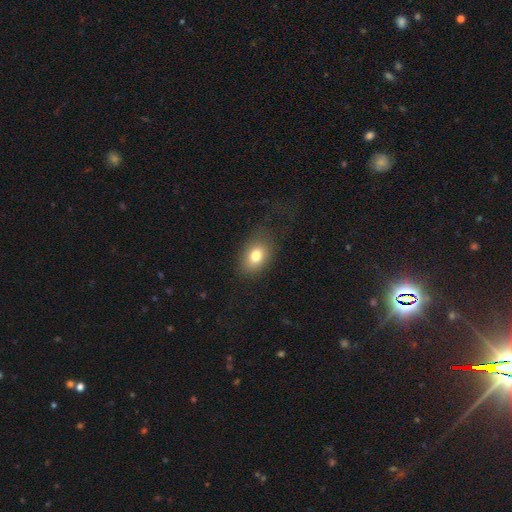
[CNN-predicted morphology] Smooth or featured? Predicted: smooth (p=0.78). How rounded? Predicted: in between (p=0.81). Merging? Predicted: none (p=0.75).